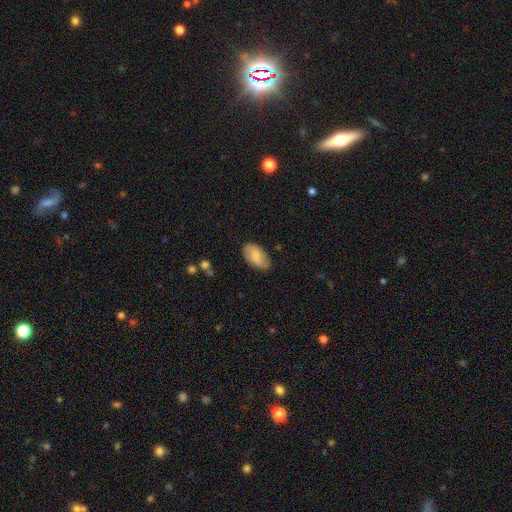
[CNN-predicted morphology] A smooth galaxy with no disk features (62%) that is in between round and cigar-shaped (94%). Merging: none (75%).